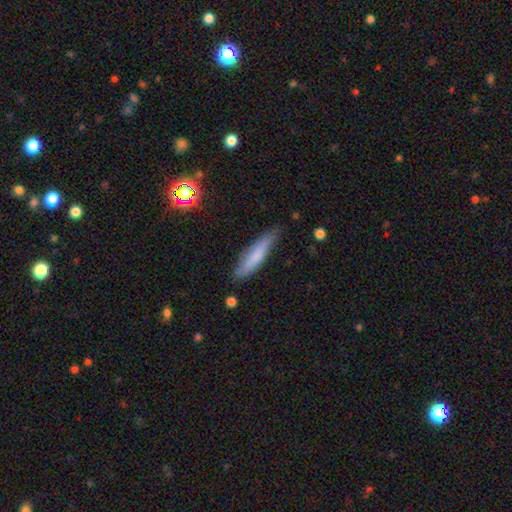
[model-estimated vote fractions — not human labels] Smooth or featured? Predicted: smooth (p=0.71). How rounded? Predicted: cigar-shaped (p=0.84). Merging? Predicted: none (p=0.74).